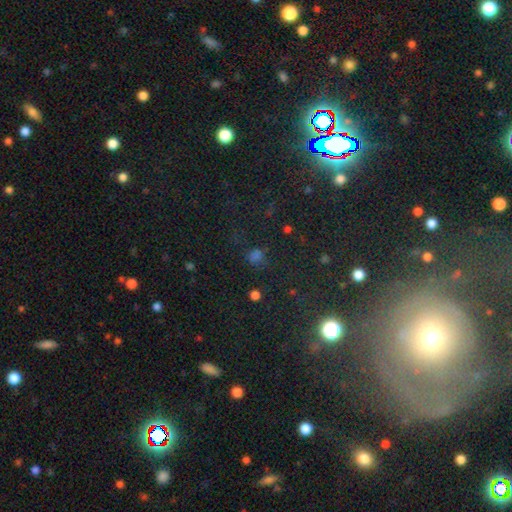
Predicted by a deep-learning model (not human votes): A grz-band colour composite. It shows a smooth galaxy with no disk features (46%). Merging: none (65%).